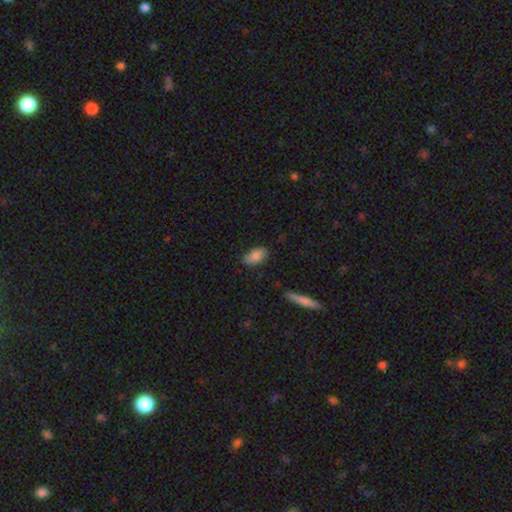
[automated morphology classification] A smooth galaxy with no disk features (81%) that is in between round and cigar-shaped (91%).

Vote fractions:
- Smooth or featured? smooth: 81% / featured or disk: 12% / star or artifact: 7%
- How rounded? in between: 91% / cigar-shaped: 5% / round: 3%
- Merging? none: 80% / minor disturbance: 16% / major disturbance: 3% / merger: 2%